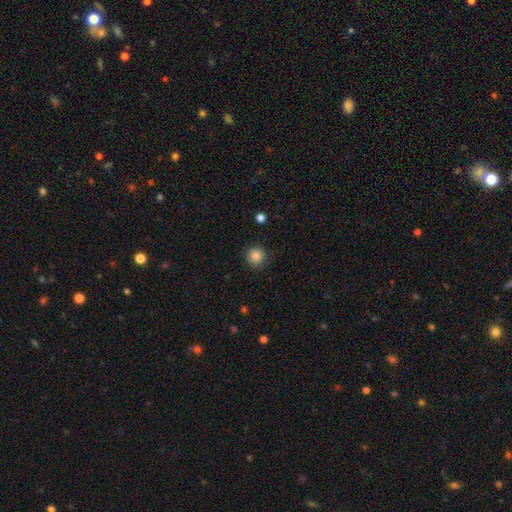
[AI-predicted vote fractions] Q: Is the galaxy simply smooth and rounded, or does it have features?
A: smooth — 85%.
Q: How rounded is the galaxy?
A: round — 93%.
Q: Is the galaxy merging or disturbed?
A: none — 89%.